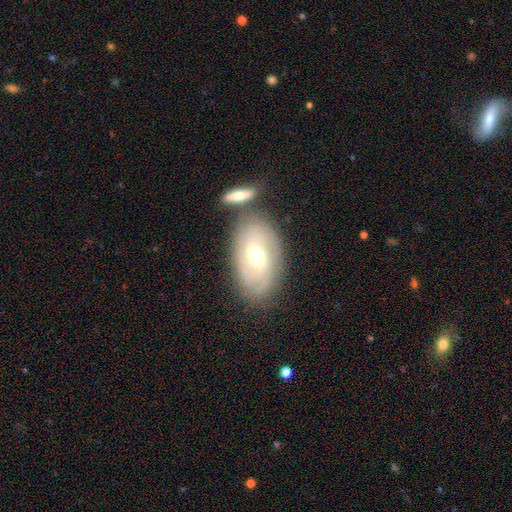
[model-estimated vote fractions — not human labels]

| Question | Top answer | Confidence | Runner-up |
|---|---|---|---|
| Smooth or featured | featured or disk | 68% | smooth (26%) |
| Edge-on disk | no | 91% | yes (9%) |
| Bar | weak | 54% | no (27%) |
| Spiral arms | yes | 81% | no (19%) |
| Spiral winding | tight | 61% | medium (28%) |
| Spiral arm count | can't tell | 43% | 2 (37%) |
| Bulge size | moderate | 63% | small (32%) |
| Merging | none | 68% | minor disturbance (15%) |